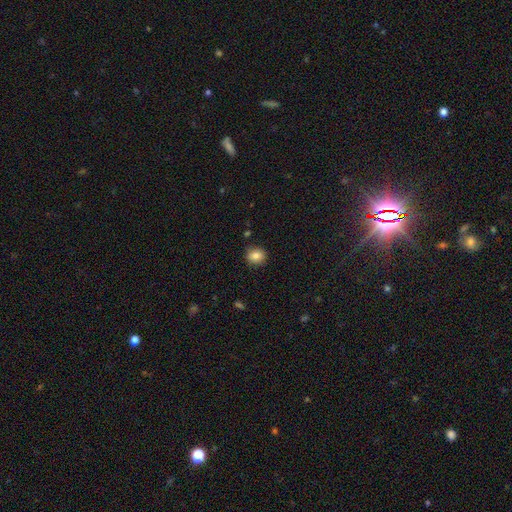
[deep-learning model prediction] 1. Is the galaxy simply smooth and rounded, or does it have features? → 83% smooth, 10% star or artifact, 7% featured or disk.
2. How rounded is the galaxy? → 73% round, 26% in between, 1% cigar-shaped.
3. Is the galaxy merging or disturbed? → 86% none, 10% minor disturbance, 2% major disturbance, 2% merger.